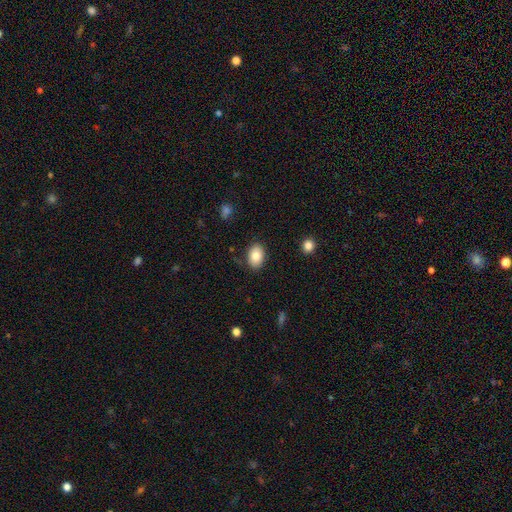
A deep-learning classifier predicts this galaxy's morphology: This is clearly a smooth galaxy (83%). How rounded: clearly in between (83%). Merging: clearly none (84%).